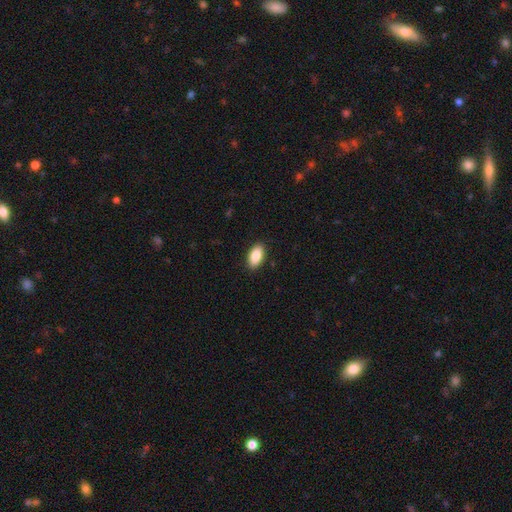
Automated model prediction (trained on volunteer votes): This appears to be a smooth galaxy with no disk features (88%) that is in between round and cigar-shaped (94%). Merging: none (90%).